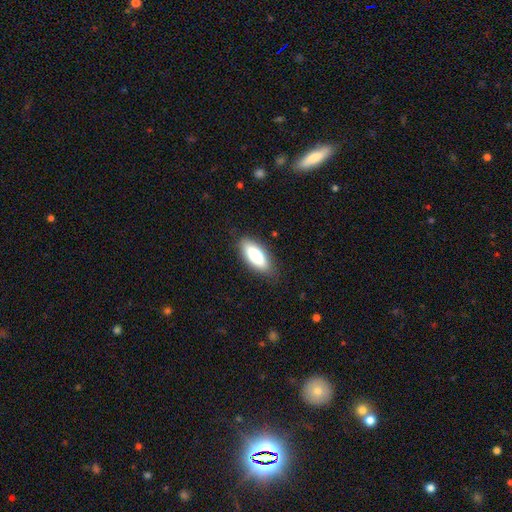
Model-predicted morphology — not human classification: smooth_or_featured: smooth (p=0.79) [alt: featured or disk p=0.15]
how_rounded: in between (p=0.79) [alt: cigar-shaped p=0.19]
merging: none (p=0.85) [alt: minor disturbance p=0.11]